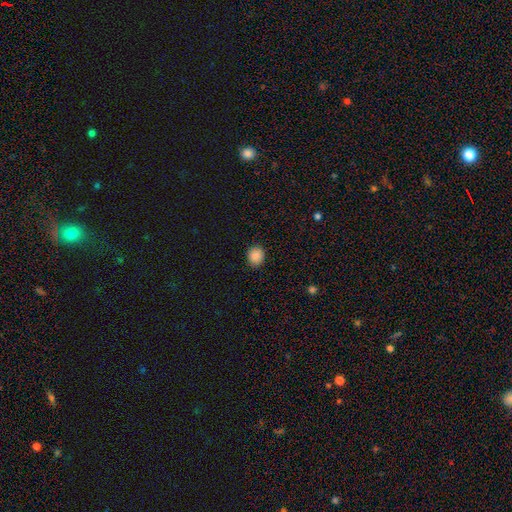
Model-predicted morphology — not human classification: smooth-or-featured: smooth: 87% | star or artifact: 9% | featured or disk: 3%
  how-rounded: round: 75% | in between: 24% | cigar-shaped: 1%
  merging: none: 89% | minor disturbance: 8% | major disturbance: 2% | merger: 1%